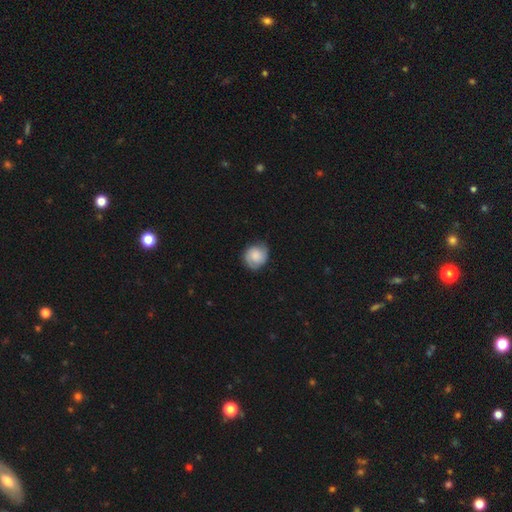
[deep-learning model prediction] Overall: smooth (55%; featured or disk 37%). How rounded: round (76%). Merging: none (72%).